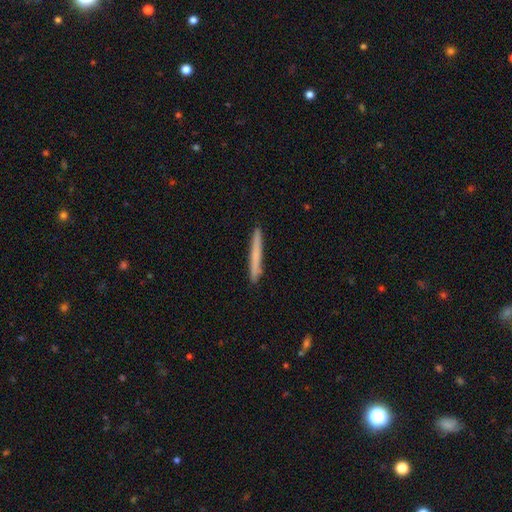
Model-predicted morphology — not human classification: Smooth or featured? Predicted: smooth (p=0.67). How rounded? Predicted: cigar-shaped (p=0.97). Merging? Predicted: none (p=0.92).